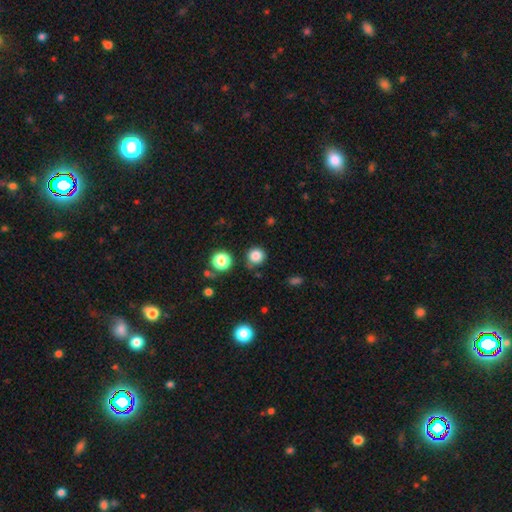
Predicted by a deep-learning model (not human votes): This appears to be a smooth galaxy with no disk features (83%) that is round (92%). Merging: none (81%).